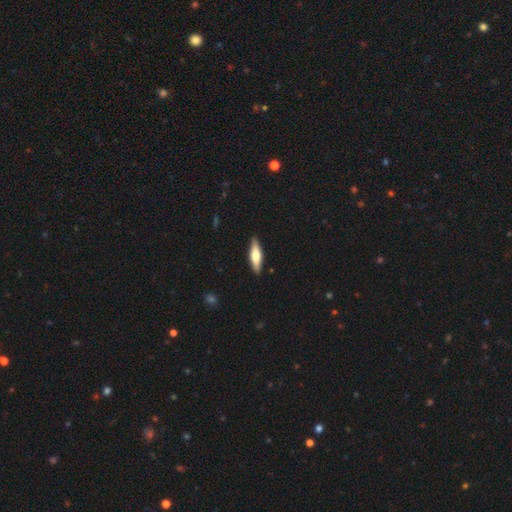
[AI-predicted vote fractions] Smooth or featured?
  - smooth: 53% *
  - featured or disk: 42%
  - star or artifact: 5%
How rounded?
  - cigar-shaped: 63% *
  - in between: 35%
  - round: 2%
Merging?
  - none: 89% *
  - minor disturbance: 8%
  - major disturbance: 2%
  - merger: 1%